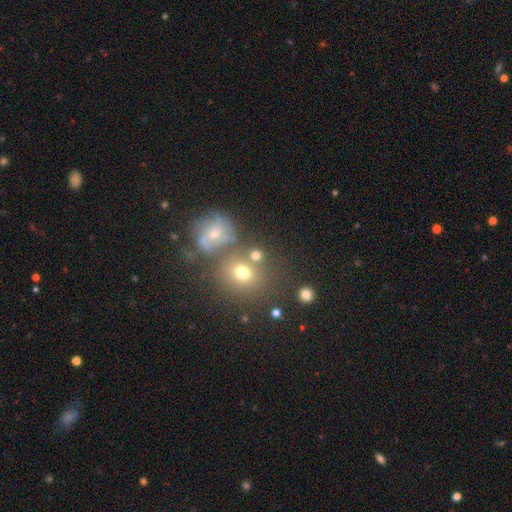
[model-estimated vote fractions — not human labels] smooth-or-featured: smooth: 68% | featured or disk: 16% | star or artifact: 16%
  how-rounded: round: 79% | in between: 20% | cigar-shaped: 1%
  merging: none: 60% | merger: 22% | minor disturbance: 11% | major disturbance: 6%